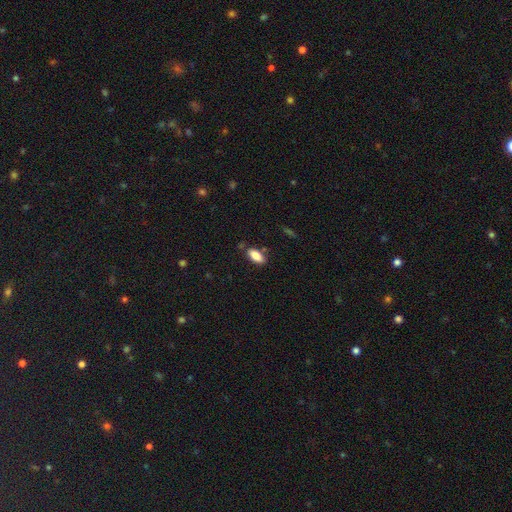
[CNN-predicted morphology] smooth-or-featured: smooth: 83% | featured or disk: 10% | star or artifact: 7%
  how-rounded: in between: 89% | cigar-shaped: 9% | round: 3%
  merging: none: 79% | minor disturbance: 14% | merger: 4% | major disturbance: 3%